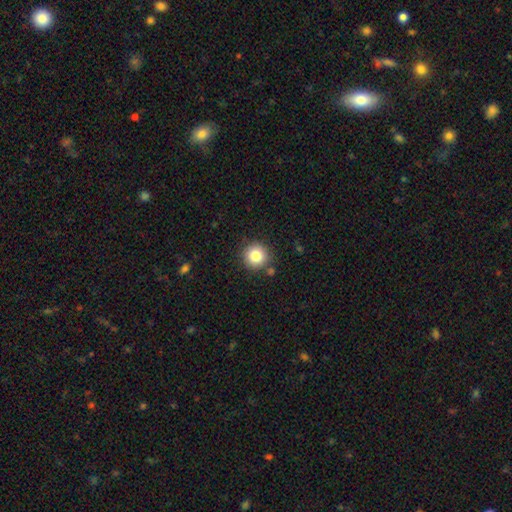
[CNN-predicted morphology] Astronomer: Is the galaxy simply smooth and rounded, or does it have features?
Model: smooth — 83%.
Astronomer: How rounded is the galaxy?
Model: round — 94%.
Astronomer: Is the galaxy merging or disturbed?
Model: none — 85%.